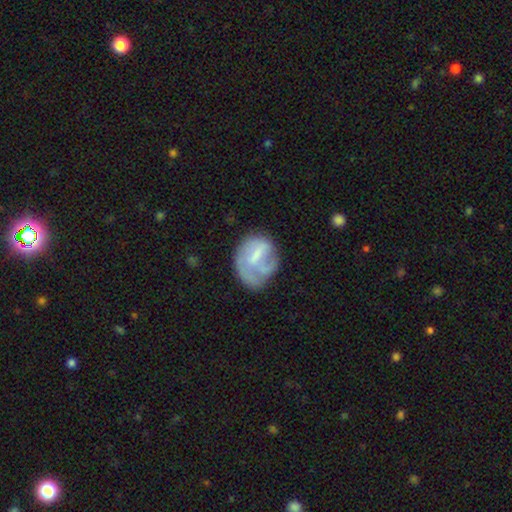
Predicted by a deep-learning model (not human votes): This appears to be a featured or disk galaxy (51%). Merging: none (39%).